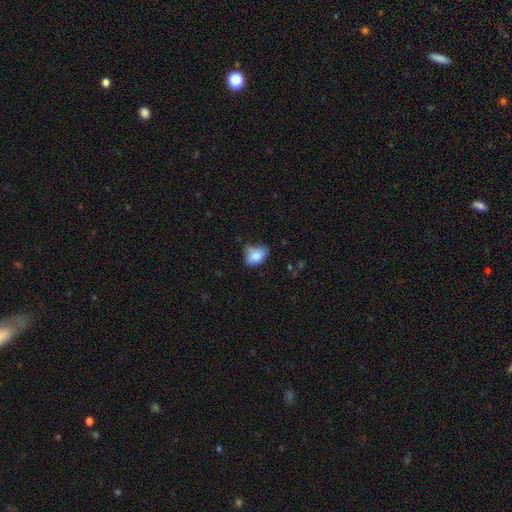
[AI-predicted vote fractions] Smooth or featured: smooth — 83% (featured or disk — 9%)
How rounded: in between — 79% (round — 20%)
Merging: none — 50% (minor disturbance — 38%)